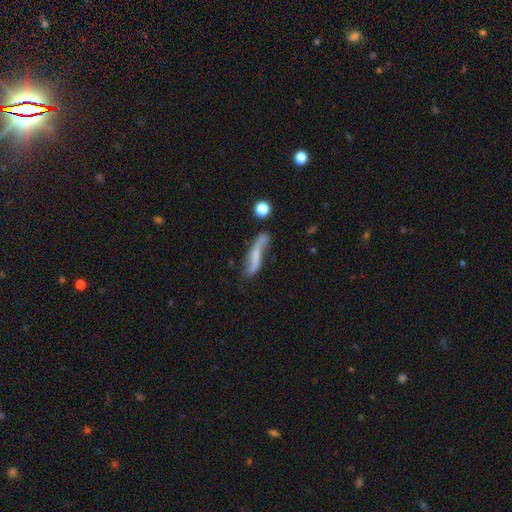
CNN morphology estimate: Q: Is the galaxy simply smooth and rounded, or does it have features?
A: featured or disk — 64%.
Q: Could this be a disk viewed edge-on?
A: no — 71%.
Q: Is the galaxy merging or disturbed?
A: none — 54%.